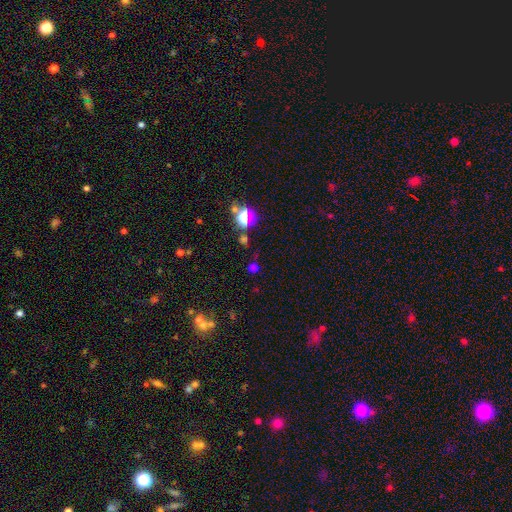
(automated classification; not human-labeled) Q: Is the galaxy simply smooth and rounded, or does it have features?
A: star or artifact — 49%.